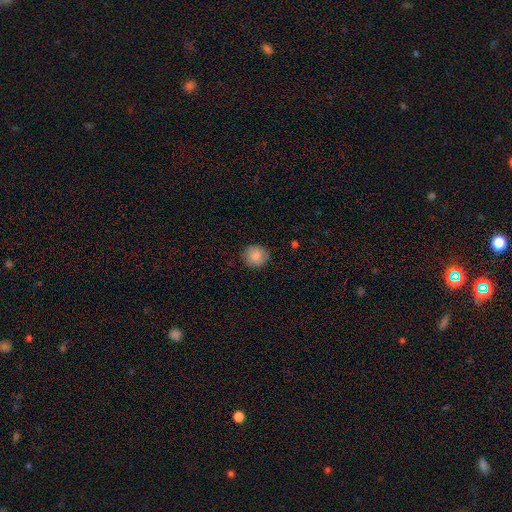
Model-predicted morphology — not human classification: Overall: smooth (86%). How rounded: round (87%). Merging: none (86%).